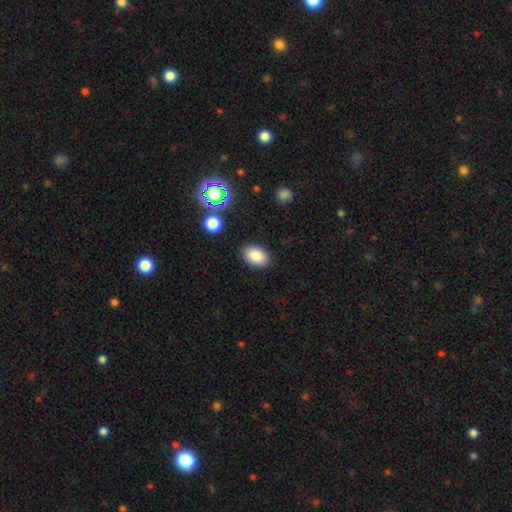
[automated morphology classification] smooth_or_featured: smooth (p=0.87) [alt: star or artifact p=0.08]
how_rounded: in between (p=0.89) [alt: round p=0.09]
merging: none (p=0.87) [alt: minor disturbance p=0.09]